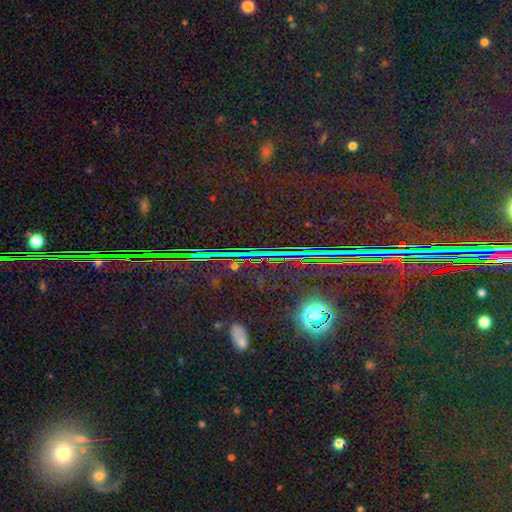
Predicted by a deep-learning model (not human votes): A star or artifact, not a galaxy (84%).

Vote fractions:
- Smooth or featured? star or artifact: 84% / smooth: 8% / featured or disk: 8%